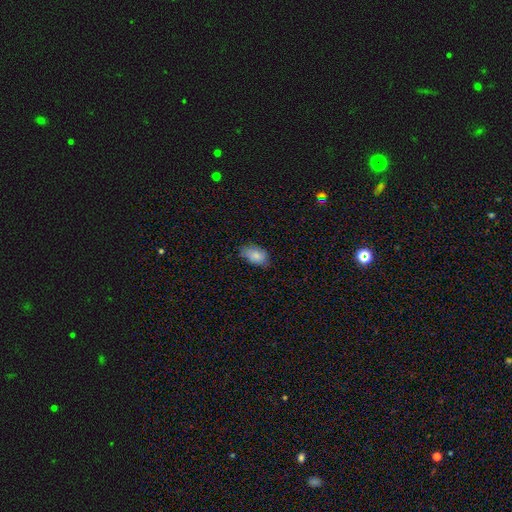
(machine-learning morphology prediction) Overall: smooth (84%). How rounded: in between (92%). Merging: none (69%).